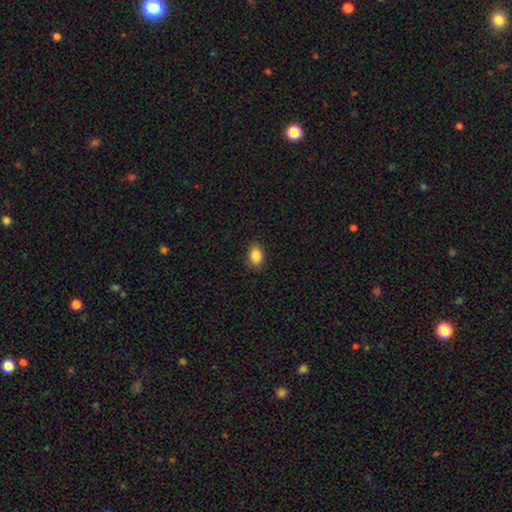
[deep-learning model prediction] The model was most divided on "how rounded": in between: 74%, round: 25%, cigar-shaped: 1%. More confident: smooth or featured — smooth (87%); merging — none (86%).